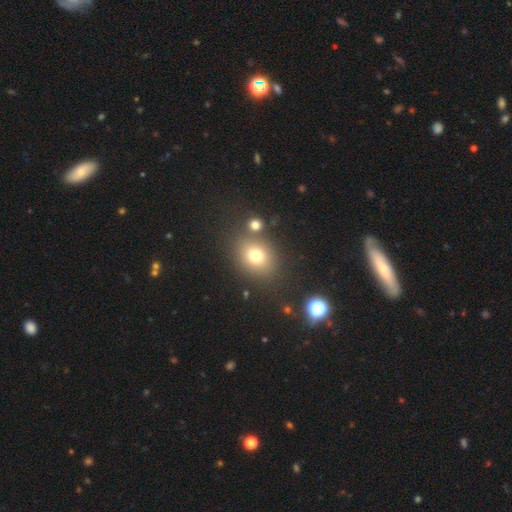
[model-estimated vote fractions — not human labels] smooth_or_featured: smooth (p=0.74) [alt: star or artifact p=0.15]
how_rounded: round (p=0.56) [alt: in between p=0.43]
merging: none (p=0.75) [alt: minor disturbance p=0.11]